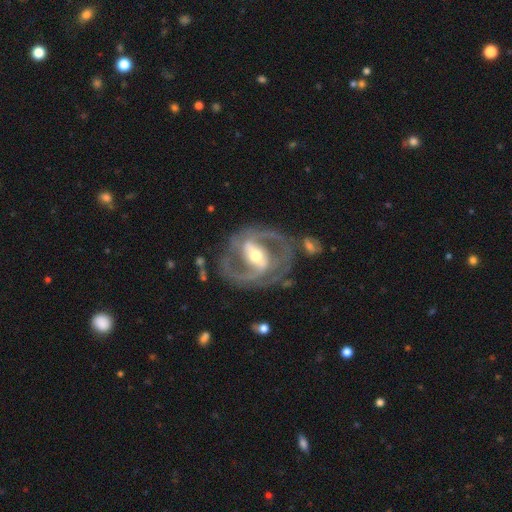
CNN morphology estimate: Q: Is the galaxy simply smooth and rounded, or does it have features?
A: featured or disk — 89%.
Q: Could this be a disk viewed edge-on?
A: no — 96%.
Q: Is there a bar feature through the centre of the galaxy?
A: strong — 63%.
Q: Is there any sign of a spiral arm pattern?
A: yes — 92%.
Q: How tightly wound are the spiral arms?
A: medium — 50%.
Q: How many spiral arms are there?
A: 2 — 85%.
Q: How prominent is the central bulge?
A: moderate — 65%.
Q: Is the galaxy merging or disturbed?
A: none — 74%.